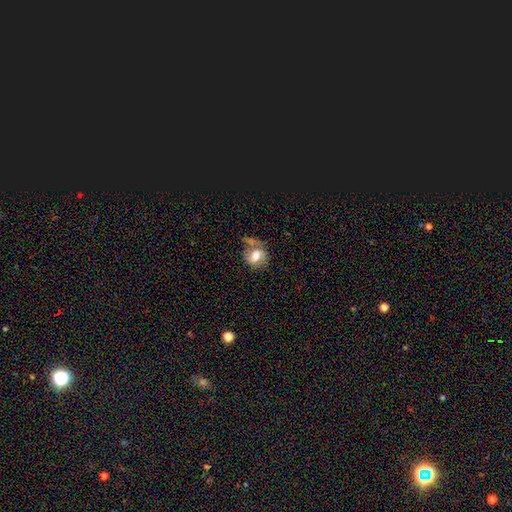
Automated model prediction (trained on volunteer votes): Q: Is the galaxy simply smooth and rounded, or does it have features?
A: smooth — 54%.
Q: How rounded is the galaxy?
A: round — 64%.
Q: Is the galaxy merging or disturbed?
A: none — 46%.